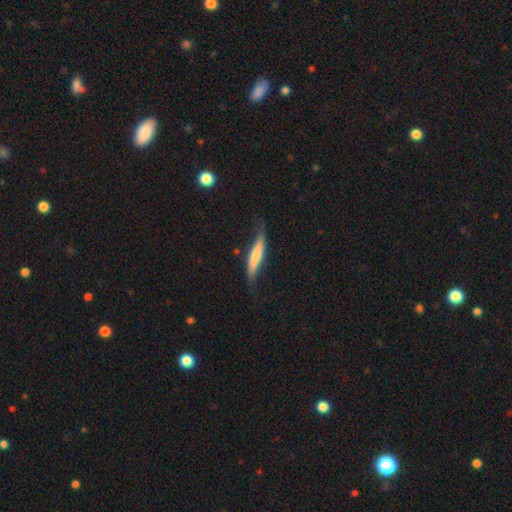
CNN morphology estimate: This appears to be a smooth galaxy with no disk features (59%) that is cigar-shaped (86%). Merging: none (54%).